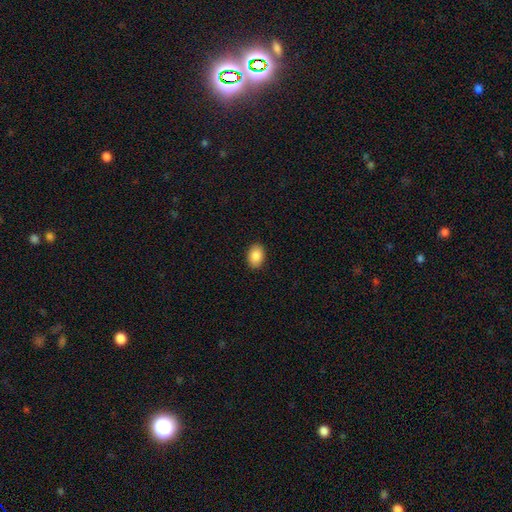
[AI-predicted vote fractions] A smooth galaxy with no disk features (88%) that is in between round and cigar-shaped (82%). Merging: none (90%).